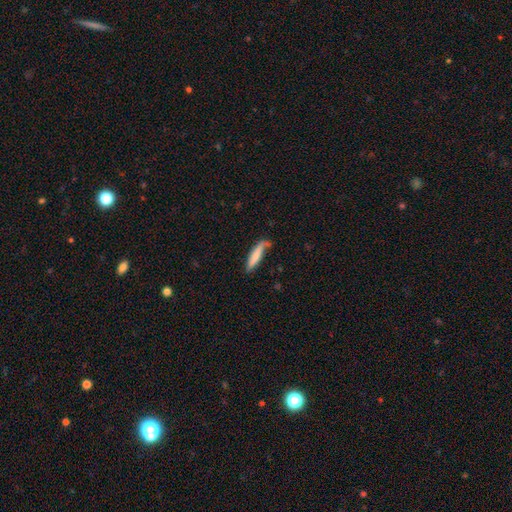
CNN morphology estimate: This is likely a smooth galaxy (73%). How rounded: clearly cigar-shaped (83%). Merging: possibly none (60%).